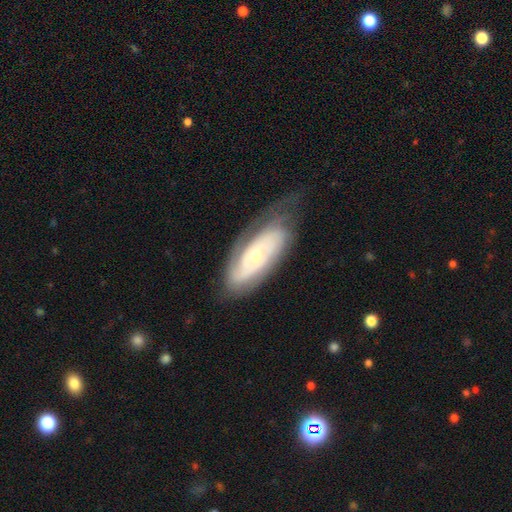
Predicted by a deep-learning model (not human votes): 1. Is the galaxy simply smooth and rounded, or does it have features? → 78% featured or disk, 17% smooth, 6% star or artifact.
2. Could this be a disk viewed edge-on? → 90% no, 10% yes.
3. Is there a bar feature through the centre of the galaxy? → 72% no, 22% weak, 6% strong.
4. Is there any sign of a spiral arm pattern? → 89% yes, 11% no.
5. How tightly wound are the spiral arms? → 67% tight, 25% medium, 8% loose.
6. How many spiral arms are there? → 44% can't tell, 34% 2, 9% 3, 7% 1, 4% 4, 3% more than 4.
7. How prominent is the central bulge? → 51% small, 44% moderate, 3% large, 1% none, 1% dominant.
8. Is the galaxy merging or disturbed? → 60% none, 25% minor disturbance, 13% major disturbance, 2% merger.